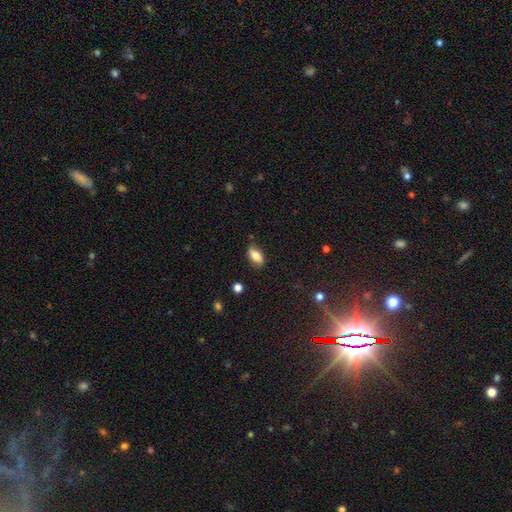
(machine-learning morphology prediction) Overall: smooth (79%). How rounded: in between (88%). Merging: none (77%).